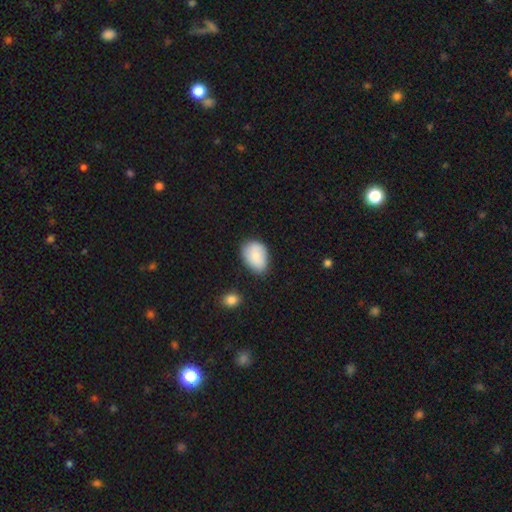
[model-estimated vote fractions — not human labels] smooth_or_featured: smooth (p=0.81) [alt: featured or disk p=0.12]
how_rounded: in between (p=0.79) [alt: round p=0.20]
merging: none (p=0.67) [alt: minor disturbance p=0.25]